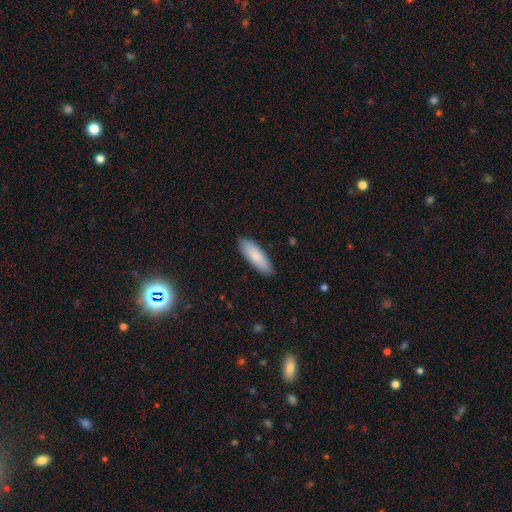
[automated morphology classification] type=smooth (86%); roundness=in between (54%); merging=none (88%).